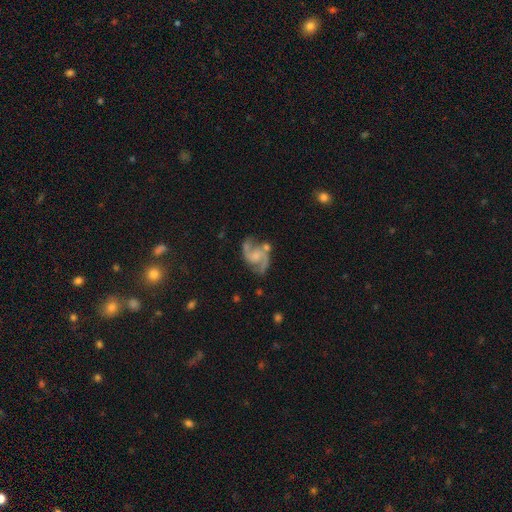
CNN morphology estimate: smooth-or-featured: featured or disk: 86% | smooth: 8% | star or artifact: 6%
  disk-edge-on: no: 98% | yes: 2%
    bar: no: 53% | weak: 39% | strong: 8%
    has-spiral-arms: yes: 96% | no: 4%
      spiral-winding: medium: 46% | loose: 44% | tight: 10%
      spiral-arm-count: 2: 92% | can't tell: 3% | 1: 2% | 3: 2% | 4: 1% | more than 4: 1%
    bulge-size: small: 37% | moderate: 31% | none: 26% | large: 5% | dominant: 1%
  merging: none: 59% | minor disturbance: 19% | major disturbance: 11% | merger: 11%